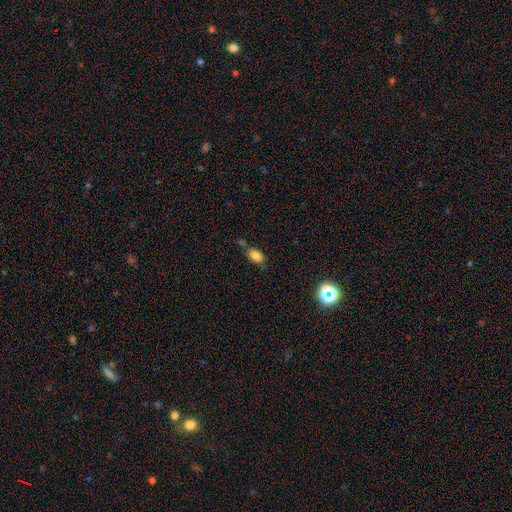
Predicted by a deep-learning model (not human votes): A smooth galaxy with no disk features (81%) that is in between round and cigar-shaped (86%).

Vote fractions:
- Smooth or featured? smooth: 81% / star or artifact: 12% / featured or disk: 7%
- How rounded? in between: 86% / round: 11% / cigar-shaped: 2%
- Merging? none: 60% / minor disturbance: 18% / merger: 17% / major disturbance: 5%